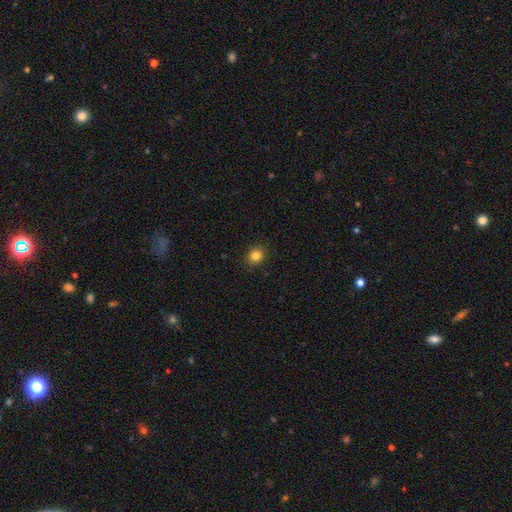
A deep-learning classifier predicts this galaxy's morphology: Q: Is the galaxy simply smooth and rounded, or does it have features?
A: smooth — 84%.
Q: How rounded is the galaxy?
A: round — 75%.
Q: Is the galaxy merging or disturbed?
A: none — 90%.